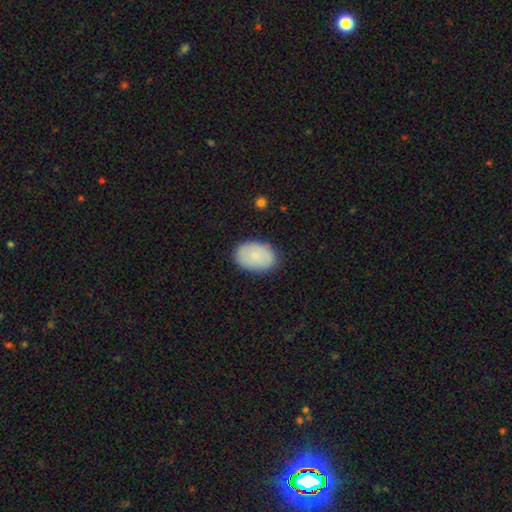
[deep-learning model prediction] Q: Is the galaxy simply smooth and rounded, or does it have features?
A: smooth — 82%.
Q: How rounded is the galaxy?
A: in between — 85%.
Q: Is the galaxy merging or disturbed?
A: none — 85%.